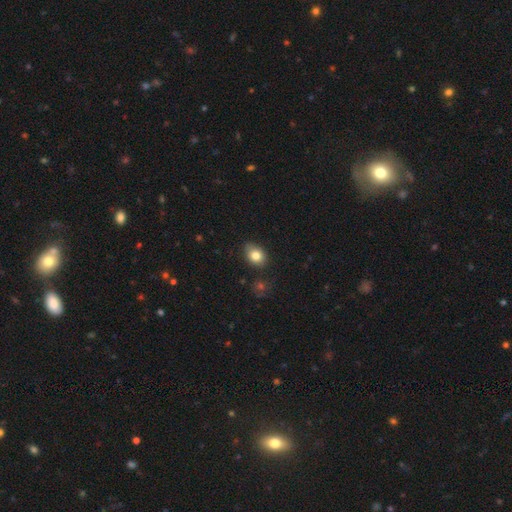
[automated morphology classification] Q: Smooth or featured?
A: smooth (82%); runner-up: star or artifact (9%)
Q: How rounded?
A: in between (67%); runner-up: round (32%)
Q: Merging?
A: none (76%); runner-up: minor disturbance (18%)